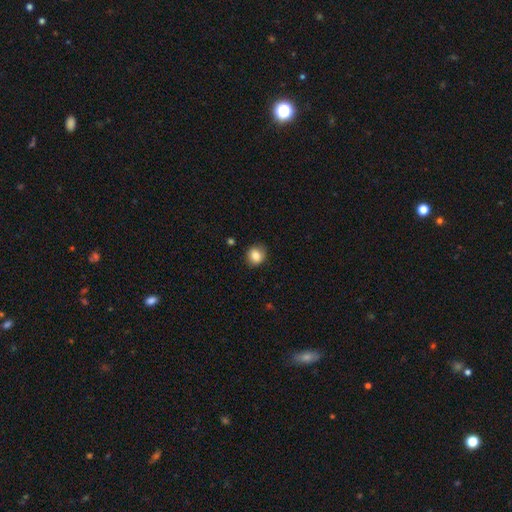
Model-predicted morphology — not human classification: Overall: smooth (84%). How rounded: round (82%). Merging: none (84%).